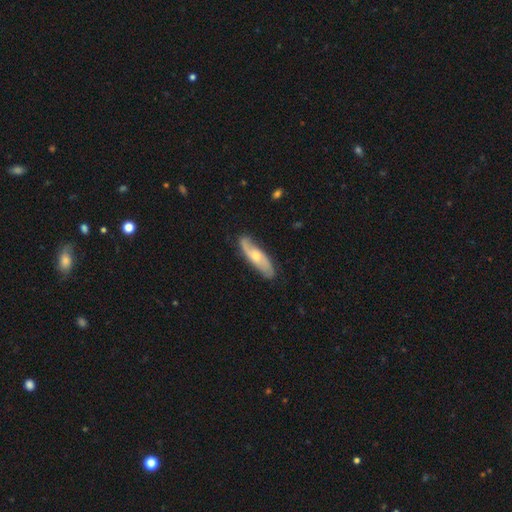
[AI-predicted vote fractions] This appears to be a featured or disk galaxy (63%). Merging: none (81%).